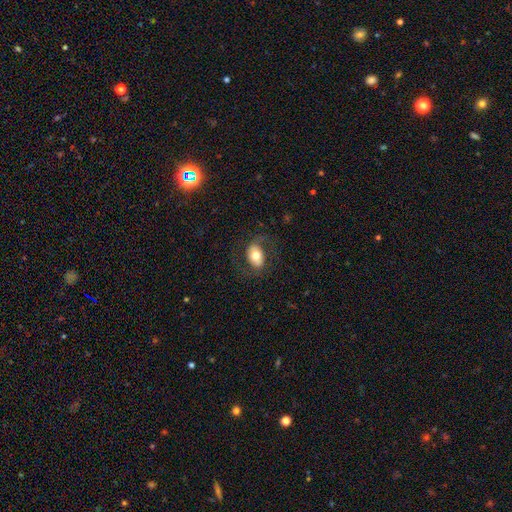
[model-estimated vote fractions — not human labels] Overall: smooth (60%; featured or disk 32%). How rounded: in between (82%). Merging: none (74%).